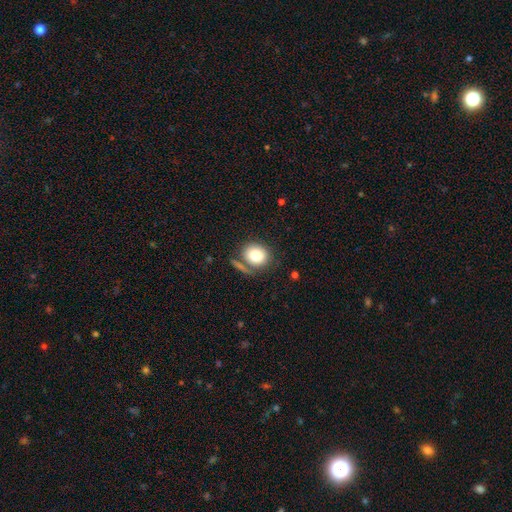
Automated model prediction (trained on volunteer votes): This appears to be a smooth galaxy with no disk features (81%) that is round (66%). Merging: none (64%).